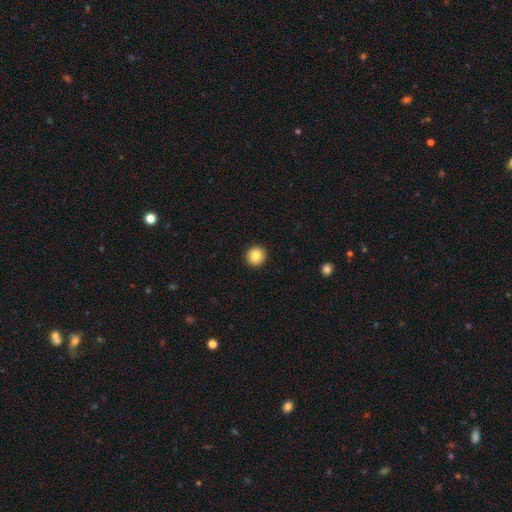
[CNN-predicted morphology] Smooth or featured? smooth (85%)
How rounded? round (94%)
Merging? none (94%)